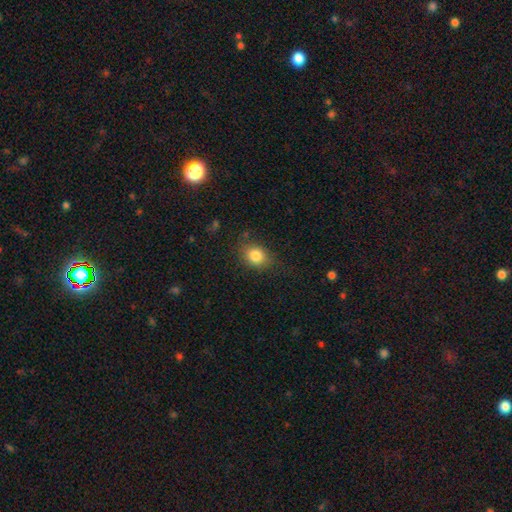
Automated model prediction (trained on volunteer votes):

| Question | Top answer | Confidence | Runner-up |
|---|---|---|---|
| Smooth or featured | smooth | 83% | star or artifact (10%) |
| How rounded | round | 52% | in between (47%) |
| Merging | none | 76% | minor disturbance (17%) |